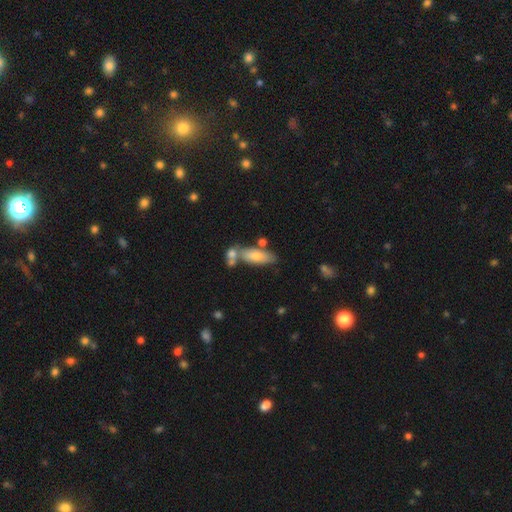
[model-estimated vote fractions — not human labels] Smooth or featured? smooth (71%)
How rounded? in between (67%)
Merging? none (54%)